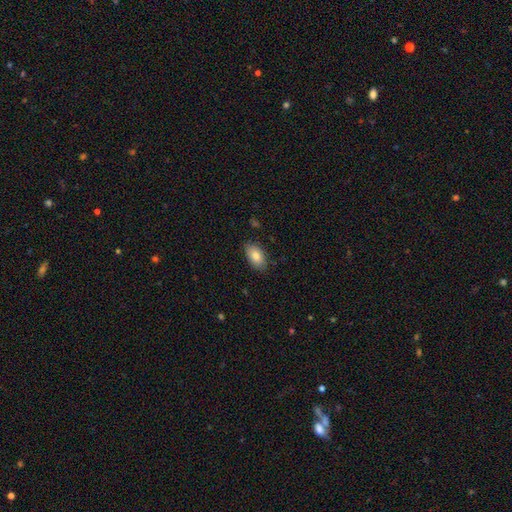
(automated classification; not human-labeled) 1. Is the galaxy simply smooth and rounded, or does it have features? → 82% smooth, 12% featured or disk, 7% star or artifact.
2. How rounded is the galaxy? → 93% in between, 5% round, 2% cigar-shaped.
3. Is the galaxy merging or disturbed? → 83% none, 13% minor disturbance, 3% major disturbance, 1% merger.